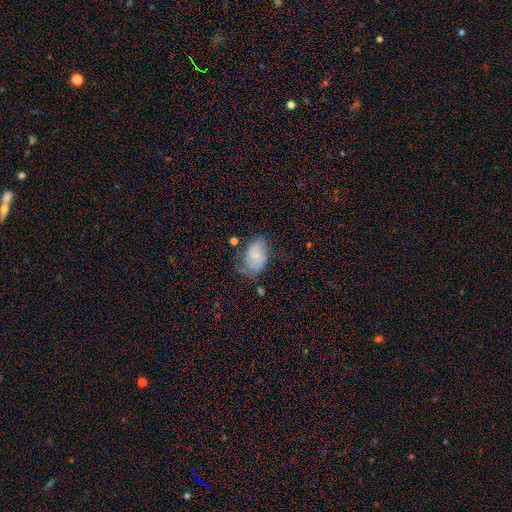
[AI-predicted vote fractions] Smooth or featured? featured or disk (47%)
Merging? none (44%)